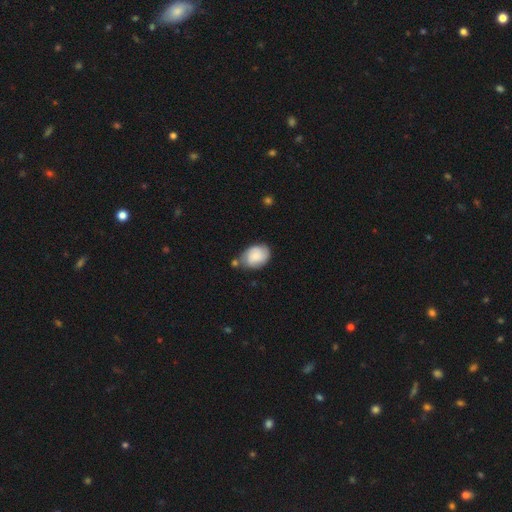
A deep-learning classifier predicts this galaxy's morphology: Q: Smooth or featured?
A: smooth (52%); runner-up: featured or disk (41%)
Q: How rounded?
A: in between (68%); runner-up: round (31%)
Q: Merging?
A: none (58%); runner-up: minor disturbance (24%)